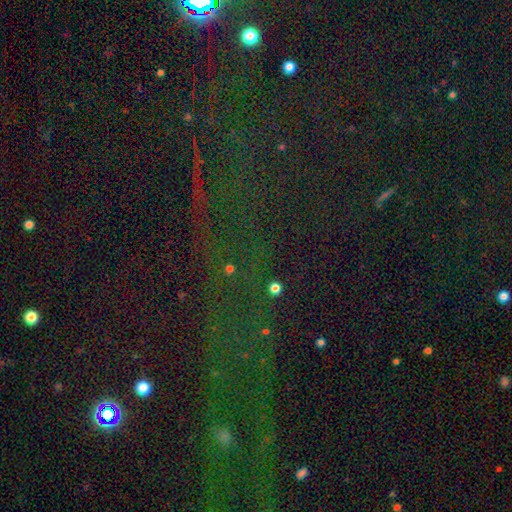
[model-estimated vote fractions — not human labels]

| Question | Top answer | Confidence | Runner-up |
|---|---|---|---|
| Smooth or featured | star or artifact | 78% | smooth (13%) |